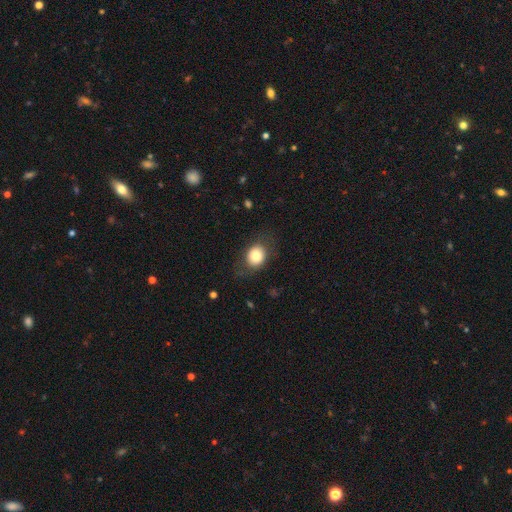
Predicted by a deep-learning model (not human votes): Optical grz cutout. It shows a smooth galaxy with no disk features (78%) that is round (57%). Merging: none (76%).